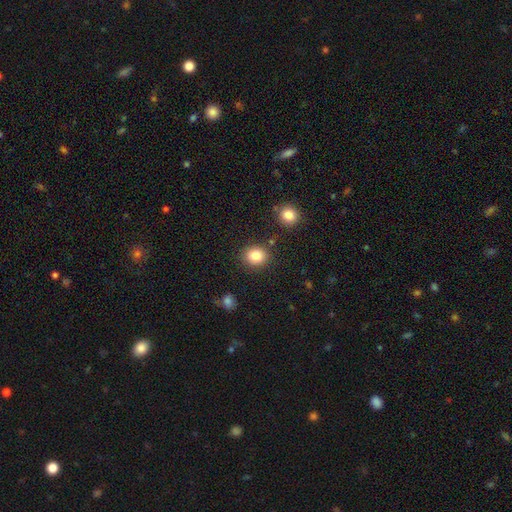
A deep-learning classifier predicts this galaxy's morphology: Smooth or featured? smooth (84%)
How rounded? round (76%)
Merging? none (85%)